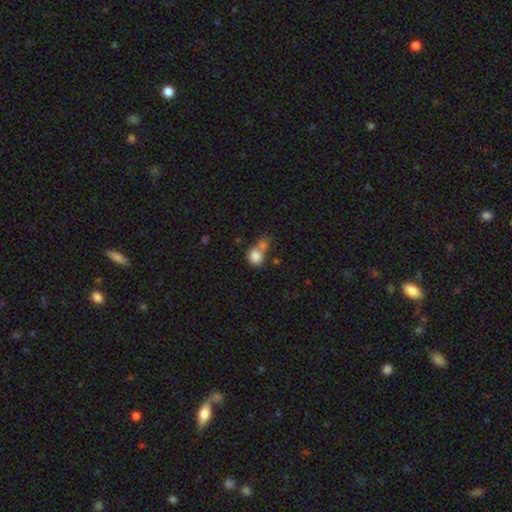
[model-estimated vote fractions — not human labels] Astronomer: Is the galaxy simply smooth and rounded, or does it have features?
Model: smooth — 81%.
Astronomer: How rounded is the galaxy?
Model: round — 74%.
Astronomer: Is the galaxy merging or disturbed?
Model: merger — 49% (runner-up: none, 31%).